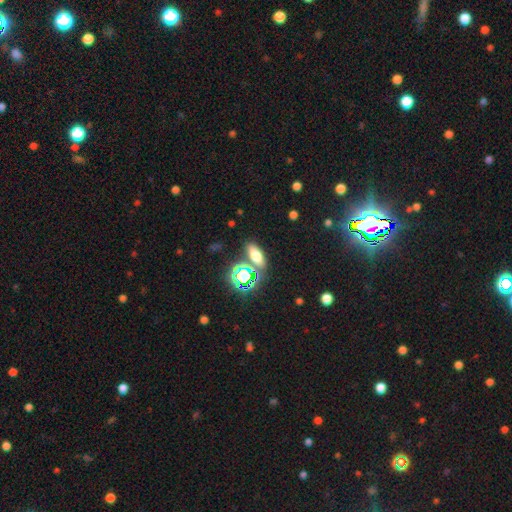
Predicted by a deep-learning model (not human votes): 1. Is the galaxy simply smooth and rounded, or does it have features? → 61% smooth, 28% star or artifact, 12% featured or disk.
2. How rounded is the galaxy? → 71% in between, 15% cigar-shaped, 14% round.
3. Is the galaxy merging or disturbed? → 74% none, 13% merger, 9% minor disturbance, 4% major disturbance.